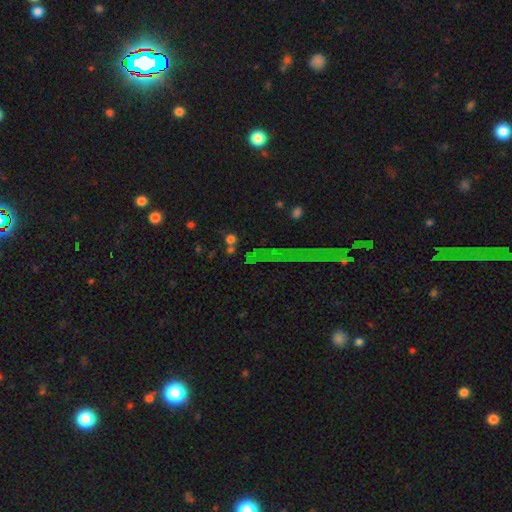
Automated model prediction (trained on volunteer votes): Q: Smooth or featured?
A: star or artifact (48%); runner-up: smooth (36%)